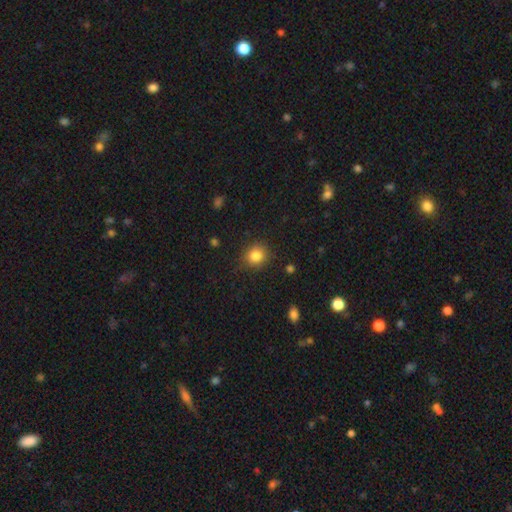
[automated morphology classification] smooth 84%, star or artifact 11%, featured or disk 6%. Down the decision tree: how rounded — round (79%); merging — none (84%).